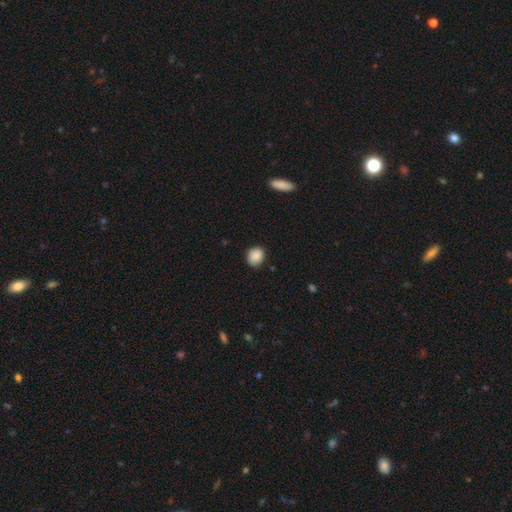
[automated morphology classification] Smooth or featured? Predicted: smooth (p=0.87). How rounded? Predicted: round (p=0.72). Merging? Predicted: none (p=0.80).